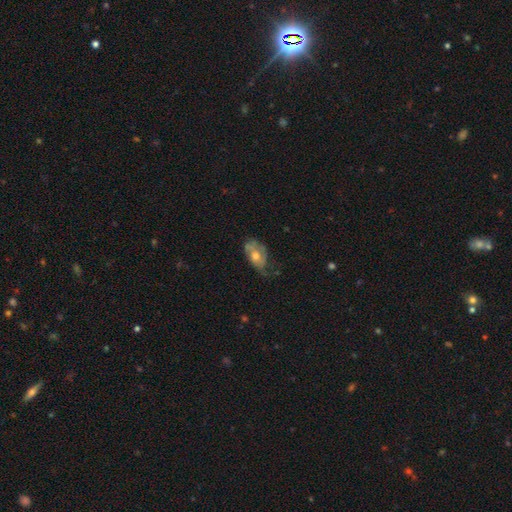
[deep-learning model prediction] A featured or disk galaxy (57%) with no bar (80%), spiral arms (63%) and a moderate central bulge (68%). Merging: none (41%).